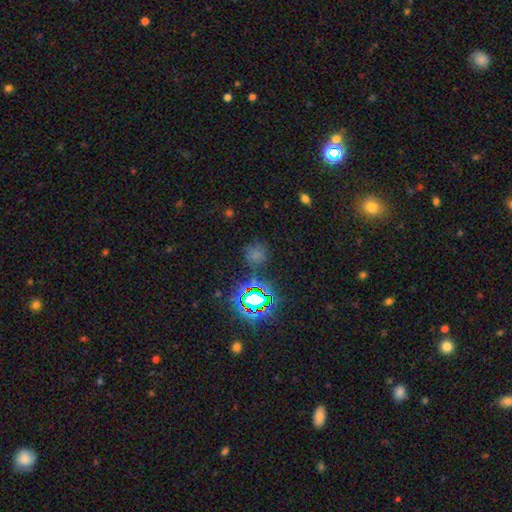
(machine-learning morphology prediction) smooth 49%, star or artifact 43%, featured or disk 8%. Down the decision tree: merging — none (72%).